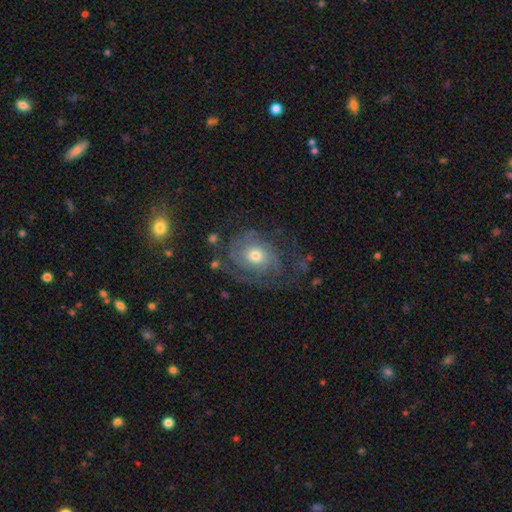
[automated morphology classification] A featured or disk galaxy (77%) with no bar (79%), tight (59%) spiral arms (90%) and a moderate central bulge (66%). Merging: none (64%).